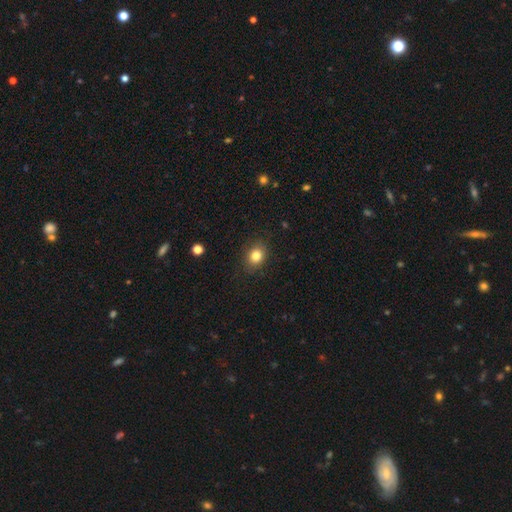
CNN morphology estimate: smooth 82%, star or artifact 11%, featured or disk 7%. Down the decision tree: how rounded — round (56%); merging — none (87%).